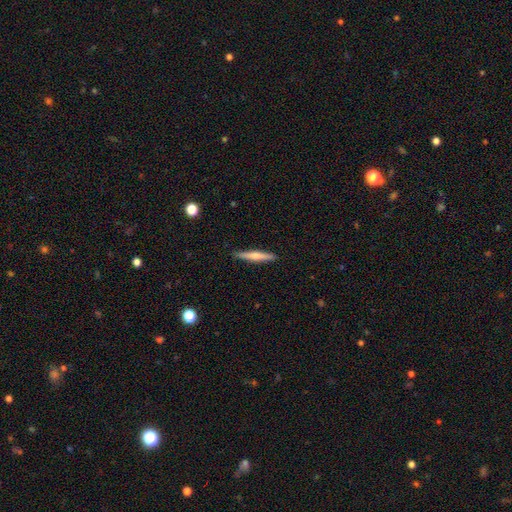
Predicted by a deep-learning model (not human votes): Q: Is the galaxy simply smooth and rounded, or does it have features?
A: smooth — 51%.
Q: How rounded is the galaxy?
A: cigar-shaped — 93%.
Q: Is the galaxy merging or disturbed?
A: none — 91%.